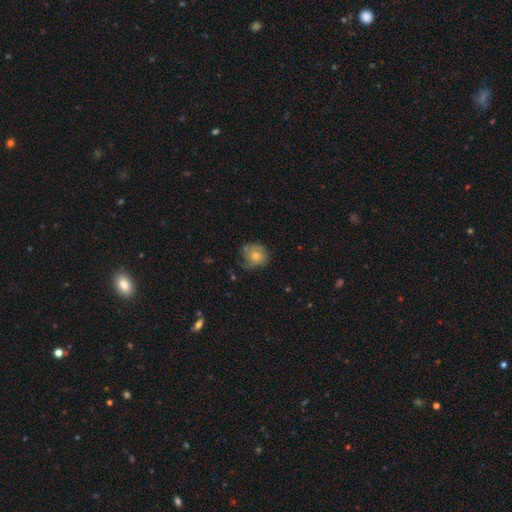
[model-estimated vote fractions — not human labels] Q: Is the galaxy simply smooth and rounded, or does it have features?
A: smooth — 59%.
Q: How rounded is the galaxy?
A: round — 75%.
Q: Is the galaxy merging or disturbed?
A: none — 53%.